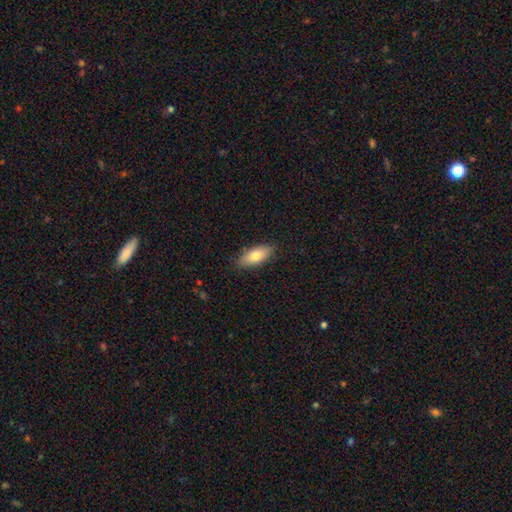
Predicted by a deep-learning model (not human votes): This appears to be a smooth galaxy with no disk features (76%) that is in between round and cigar-shaped (82%). Merging: none (87%).